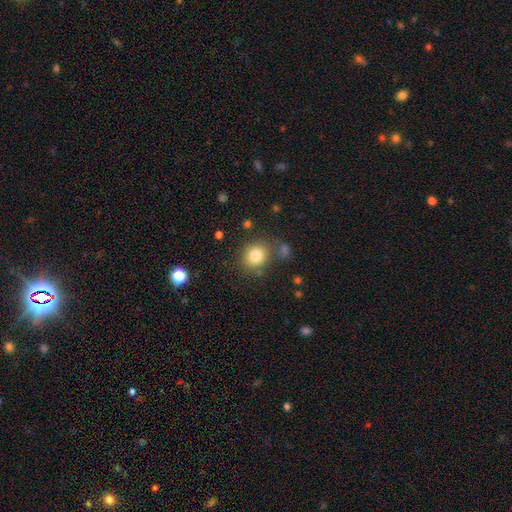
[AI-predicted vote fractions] smooth_or_featured: smooth (p=0.81) [alt: star or artifact p=0.11]
how_rounded: round (p=0.78) [alt: in between p=0.21]
merging: none (p=0.76) [alt: minor disturbance p=0.12]